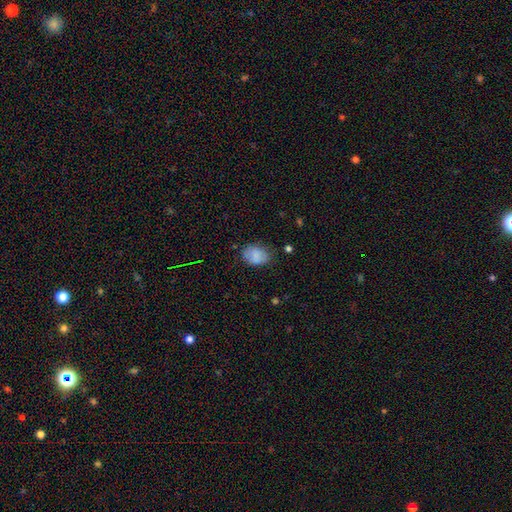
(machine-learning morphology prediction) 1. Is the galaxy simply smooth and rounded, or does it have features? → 82% smooth, 10% featured or disk, 8% star or artifact.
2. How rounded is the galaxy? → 76% in between, 23% round, 1% cigar-shaped.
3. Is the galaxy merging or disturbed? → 71% none, 22% minor disturbance, 5% major disturbance, 2% merger.